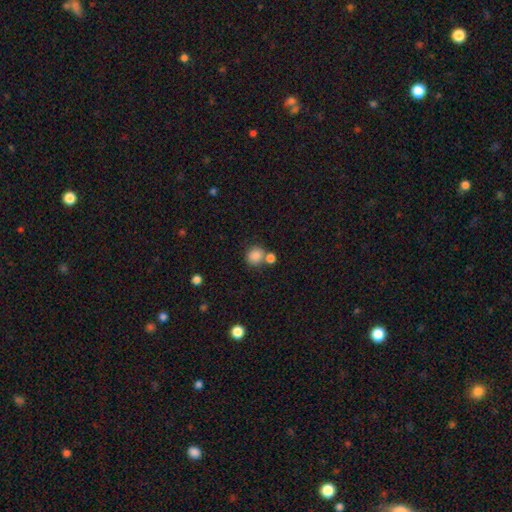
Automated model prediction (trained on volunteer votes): The model was most divided on "merging": none: 58%, merger: 28%, minor disturbance: 10%, major disturbance: 4%. More confident: smooth or featured — smooth (85%); how rounded — round (81%).